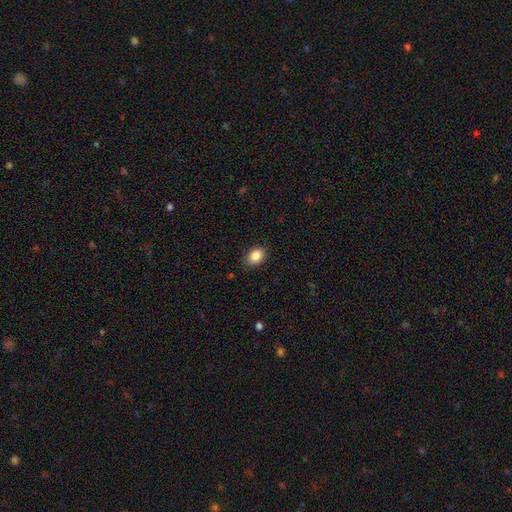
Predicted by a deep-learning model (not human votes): A smooth galaxy with no disk features (88%) that is in between round and cigar-shaped (67%).

Vote fractions:
- Smooth or featured? smooth: 88% / star or artifact: 8% / featured or disk: 4%
- How rounded? in between: 67% / round: 32% / cigar-shaped: 1%
- Merging? none: 84% / minor disturbance: 12% / major disturbance: 3% / merger: 1%